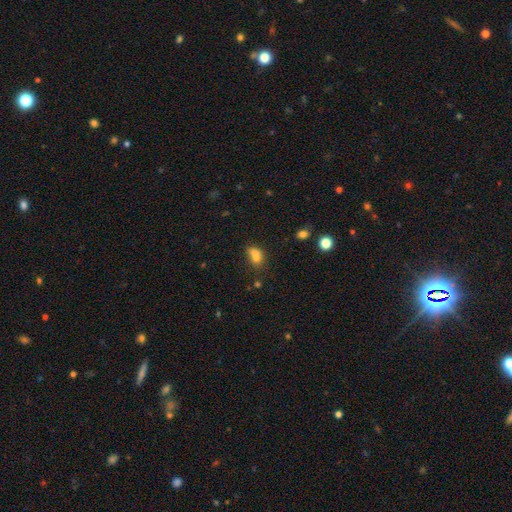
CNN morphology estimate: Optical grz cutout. It shows a smooth galaxy with no disk features (70%) that is in between round and cigar-shaped (53%). Merging: merger (49%).